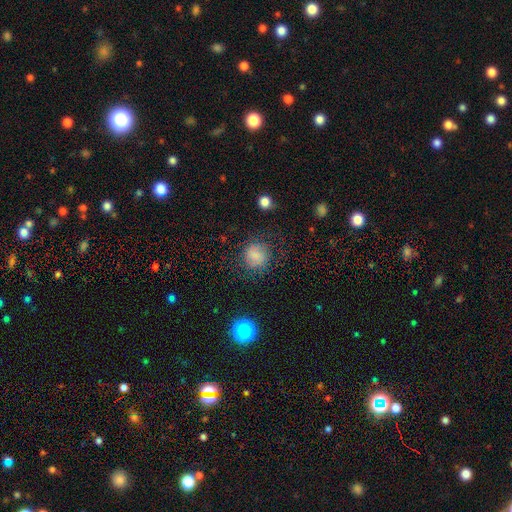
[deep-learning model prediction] Overall: smooth (75%). How rounded: round (86%). Merging: none (77%).